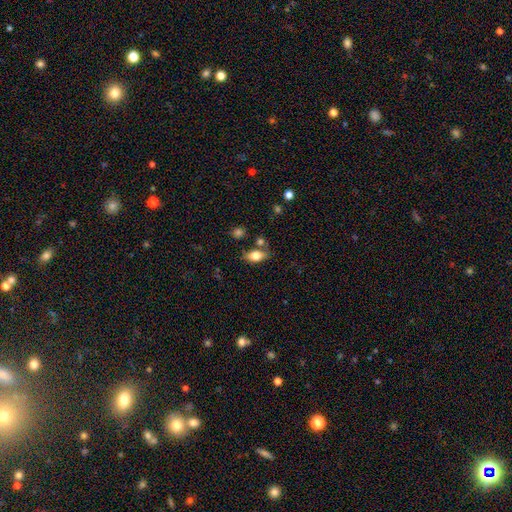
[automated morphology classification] type=smooth (72%); roundness=in between (82%); merging=none (70%).